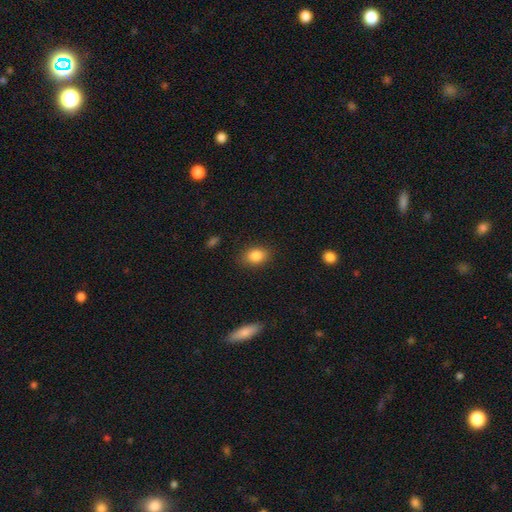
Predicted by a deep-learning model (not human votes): A smooth galaxy with no disk features (85%) that is in between round and cigar-shaped (74%).

Vote fractions:
- Smooth or featured? smooth: 85% / star or artifact: 9% / featured or disk: 6%
- How rounded? in between: 74% / round: 25% / cigar-shaped: 1%
- Merging? none: 85% / minor disturbance: 11% / major disturbance: 3% / merger: 1%